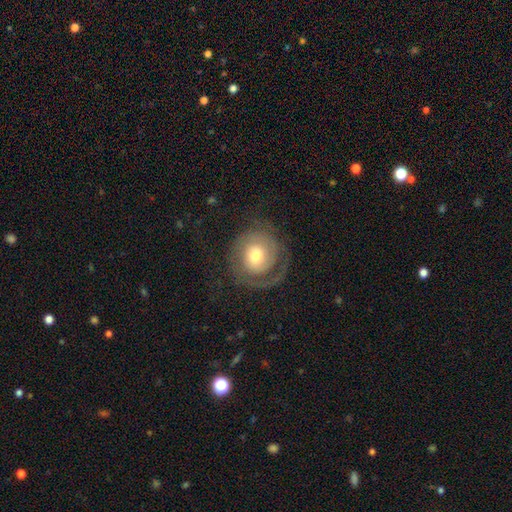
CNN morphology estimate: type=featured or disk (67%); edge-on=no (97%); bar=no (74%); spiral arms=yes (86%); winding=tight (55%); arm count=1 (44%); bulge=moderate (66%); merging=none (67%).